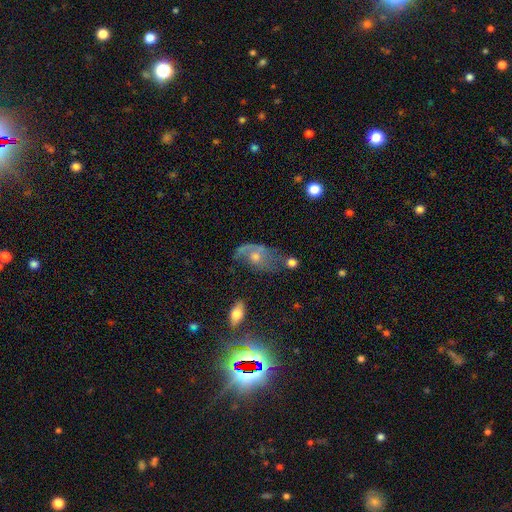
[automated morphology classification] Smooth or featured? featured or disk (58%)
Edge-on disk? no (92%)
Bar? no (78%)
Spiral arms? yes (70%)
Bulge size? moderate (53%)
Merging? none (38%)